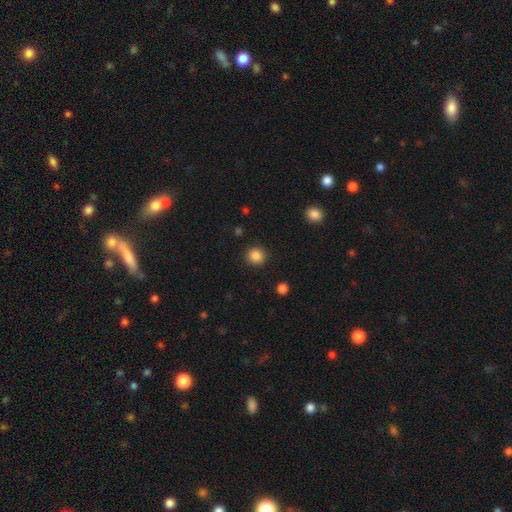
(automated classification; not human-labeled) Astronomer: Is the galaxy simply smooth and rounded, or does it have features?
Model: smooth — 86%.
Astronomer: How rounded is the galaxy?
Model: round — 92%.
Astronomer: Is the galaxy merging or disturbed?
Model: none — 91%.